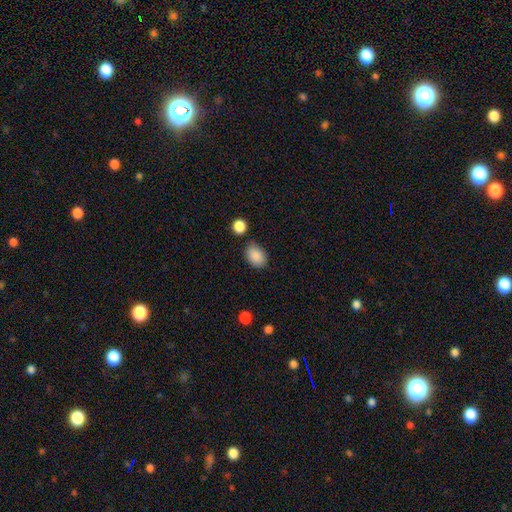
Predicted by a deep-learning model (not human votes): Q: Smooth or featured?
A: smooth (89%); runner-up: star or artifact (8%)
Q: How rounded?
A: in between (77%); runner-up: round (22%)
Q: Merging?
A: none (79%); runner-up: minor disturbance (14%)